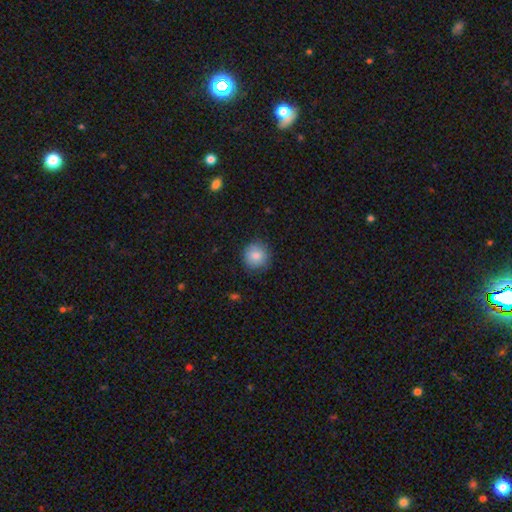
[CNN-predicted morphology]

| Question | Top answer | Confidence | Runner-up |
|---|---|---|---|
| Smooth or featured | smooth | 85% | star or artifact (8%) |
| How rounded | round | 93% | in between (6%) |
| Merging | none | 85% | minor disturbance (12%) |